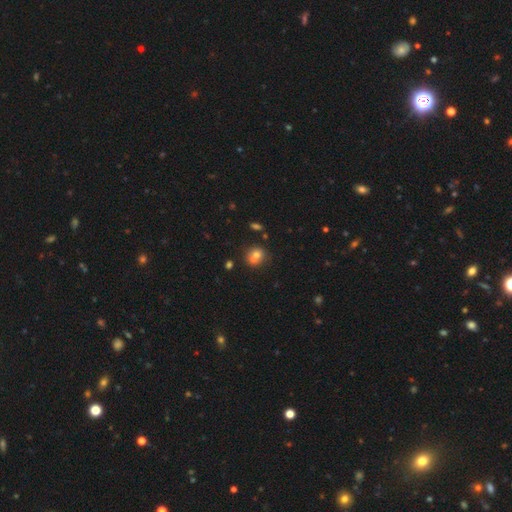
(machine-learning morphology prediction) Overall: smooth (71%). How rounded: round (75%). Merging: none (44%; merger 39%).